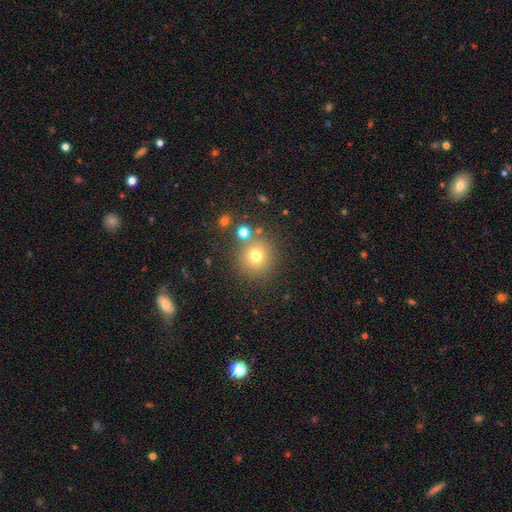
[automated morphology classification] smooth-or-featured: smooth: 73% | star or artifact: 16% | featured or disk: 11%
  how-rounded: round: 92% | in between: 7% | cigar-shaped: 1%
  merging: none: 80% | minor disturbance: 9% | merger: 8% | major disturbance: 4%